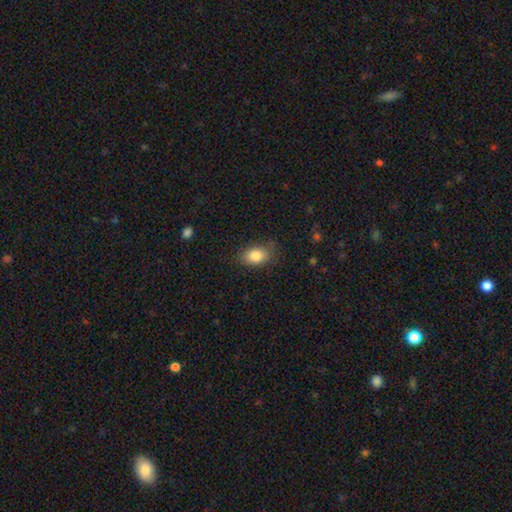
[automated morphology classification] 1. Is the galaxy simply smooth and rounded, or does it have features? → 83% smooth, 8% featured or disk, 8% star or artifact.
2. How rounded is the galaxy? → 84% in between, 14% round, 2% cigar-shaped.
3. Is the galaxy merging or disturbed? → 79% none, 16% minor disturbance, 4% major disturbance, 1% merger.